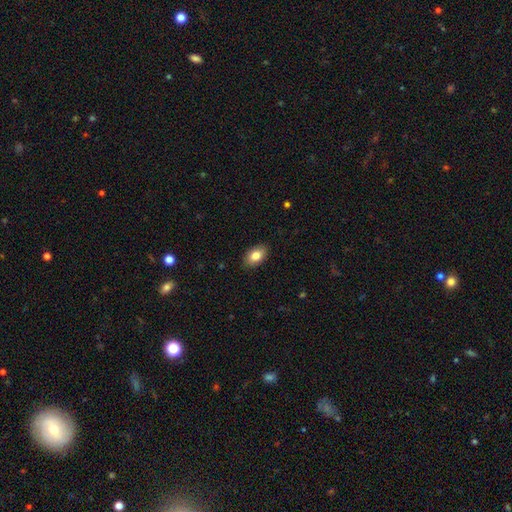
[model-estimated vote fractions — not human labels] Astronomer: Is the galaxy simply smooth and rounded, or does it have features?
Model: smooth — 83%.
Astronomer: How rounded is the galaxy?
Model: in between — 91%.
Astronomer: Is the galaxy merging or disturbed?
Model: none — 88%.